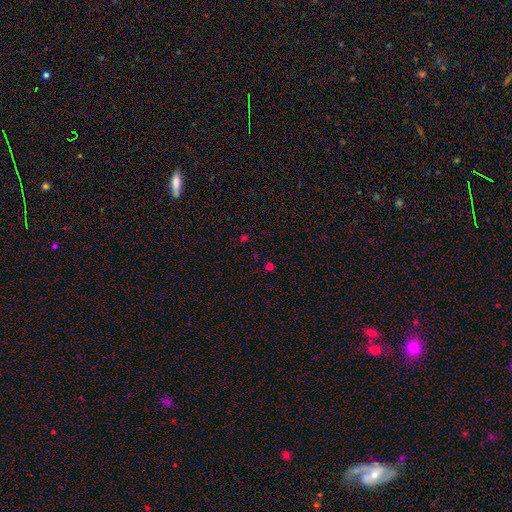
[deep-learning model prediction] This appears to be a star or artifact, not a galaxy (50%).